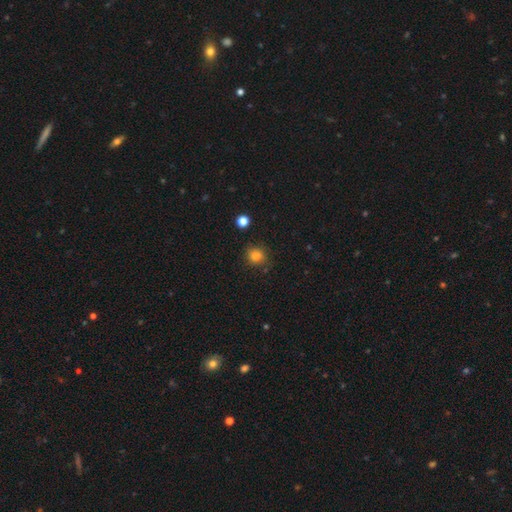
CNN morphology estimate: This is clearly a smooth galaxy (82%). How rounded: clearly round (87%). Merging: clearly none (84%).